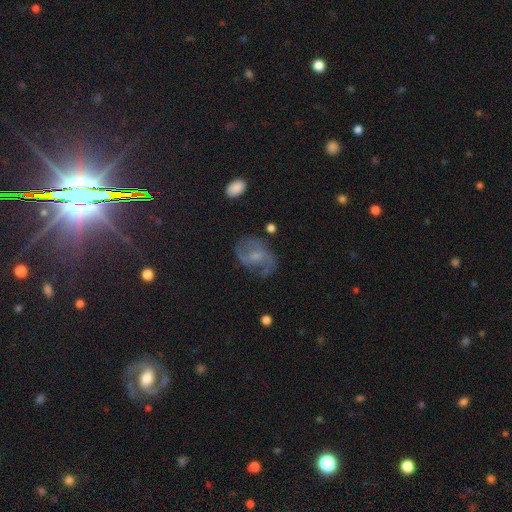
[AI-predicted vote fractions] Smooth or featured?
  - featured or disk: 64% *
  - smooth: 26%
  - star or artifact: 10%
Edge-on disk?
  - no: 97% *
  - yes: 3%
Bar?
  - no: 49% *
  - weak: 42%
  - strong: 9%
Spiral arms?
  - yes: 78% *
  - no: 22%
Bulge size?
  - small: 55% *
  - moderate: 31%
  - none: 10%
  - large: 3%
  - dominant: 1%
Merging?
  - none: 56% *
  - minor disturbance: 24%
  - major disturbance: 17%
  - merger: 3%